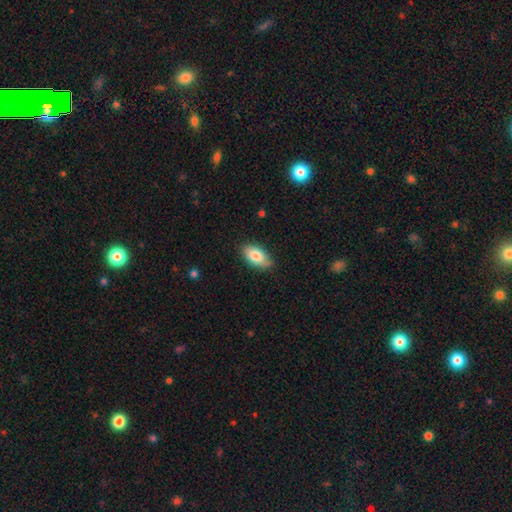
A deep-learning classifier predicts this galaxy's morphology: This is clearly a smooth galaxy (82%). How rounded: clearly in between (93%). Merging: likely none (80%).